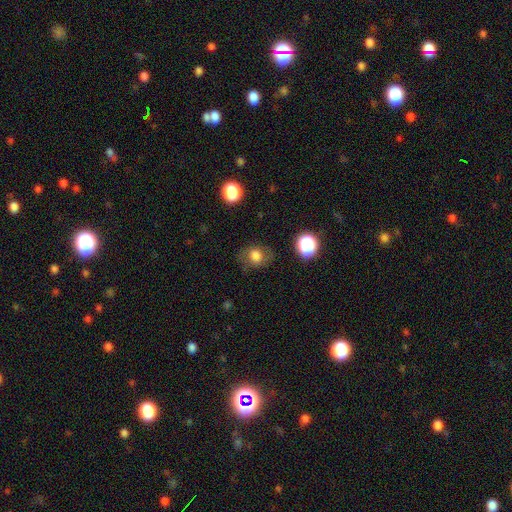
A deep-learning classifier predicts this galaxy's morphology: smooth 72%, featured or disk 15%, star or artifact 13%. Down the decision tree: how rounded — round (62%); merging — none (73%).